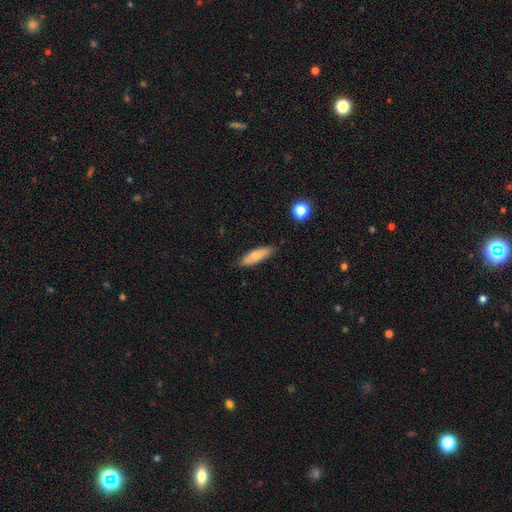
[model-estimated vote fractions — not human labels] Smooth or featured?
  - smooth: 79% *
  - featured or disk: 14%
  - star or artifact: 7%
How rounded?
  - cigar-shaped: 55% *
  - in between: 43%
  - round: 2%
Merging?
  - none: 84% *
  - minor disturbance: 13%
  - major disturbance: 2%
  - merger: 1%